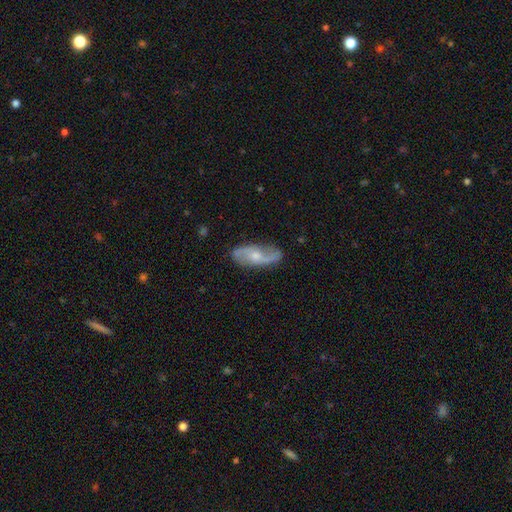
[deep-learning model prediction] Smooth or featured?
  - featured or disk: 77% *
  - smooth: 18%
  - star or artifact: 5%
Edge-on disk?
  - no: 93% *
  - yes: 7%
Bar?
  - no: 57% *
  - weak: 36%
  - strong: 7%
Spiral arms?
  - yes: 94% *
  - no: 6%
Spiral winding?
  - loose: 59% *
  - medium: 31%
  - tight: 10%
Spiral arm count?
  - 2: 90% *
  - can't tell: 5%
  - 1: 3%
  - 3: 1%
  - 4: 1%
  - more than 4: 1%
Bulge size?
  - moderate: 50% *
  - small: 42%
  - none: 4%
  - large: 3%
  - dominant: 1%
Merging?
  - none: 79% *
  - minor disturbance: 15%
  - major disturbance: 4%
  - merger: 1%